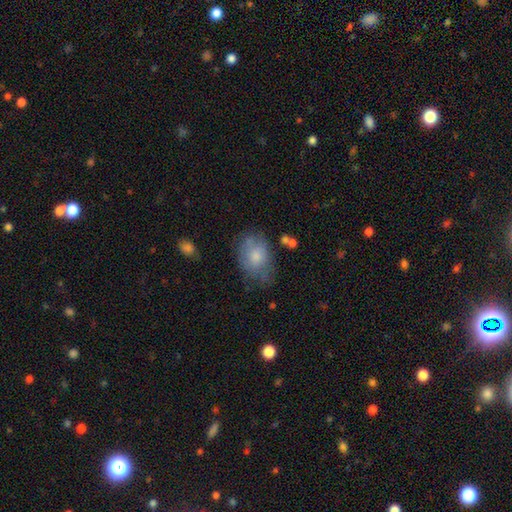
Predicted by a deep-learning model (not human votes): smooth 70%, featured or disk 22%, star or artifact 8%. Down the decision tree: how rounded — in between (77%); merging — none (51%).